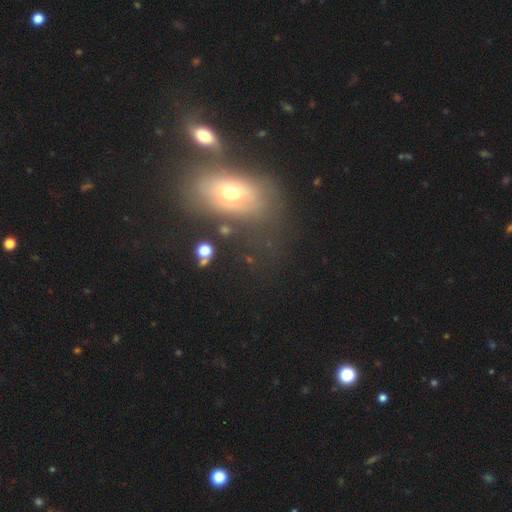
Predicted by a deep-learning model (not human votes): Smooth or featured? Predicted: smooth (p=0.49). Merging? Predicted: none (p=0.46).